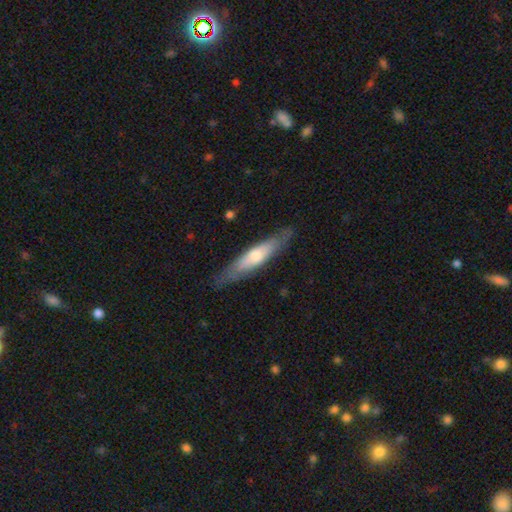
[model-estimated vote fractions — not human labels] Q: Smooth or featured?
A: smooth (50%); runner-up: featured or disk (44%)
Q: How rounded?
A: cigar-shaped (80%); runner-up: in between (19%)
Q: Merging?
A: none (81%); runner-up: minor disturbance (14%)